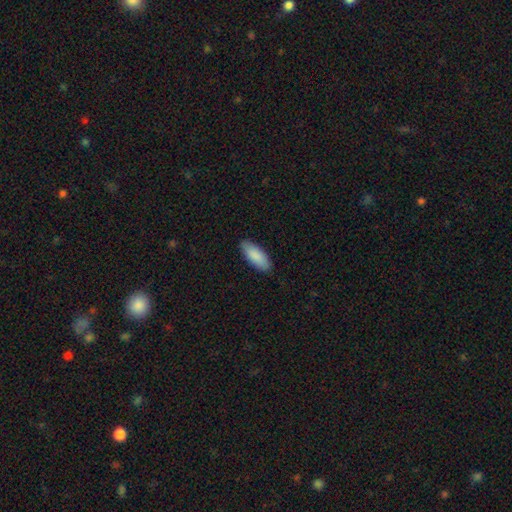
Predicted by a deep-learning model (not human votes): Smooth or featured: smooth — 89% (featured or disk — 6%)
How rounded: in between — 77% (cigar-shaped — 22%)
Merging: none — 88% (minor disturbance — 9%)